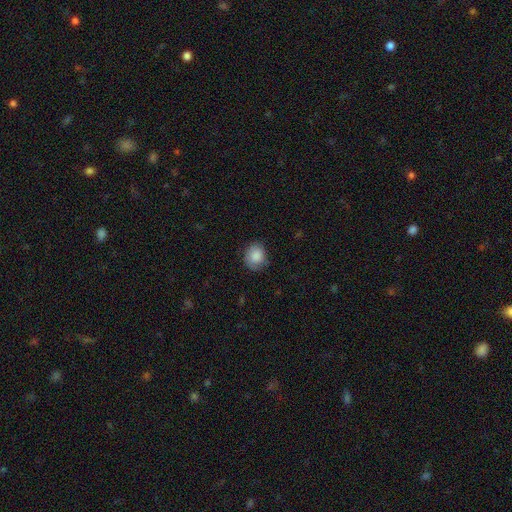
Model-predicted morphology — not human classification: smooth-or-featured: smooth: 85% | featured or disk: 8% | star or artifact: 7%
  how-rounded: round: 70% | in between: 29% | cigar-shaped: 1%
  merging: none: 75% | minor disturbance: 19% | major disturbance: 4% | merger: 1%